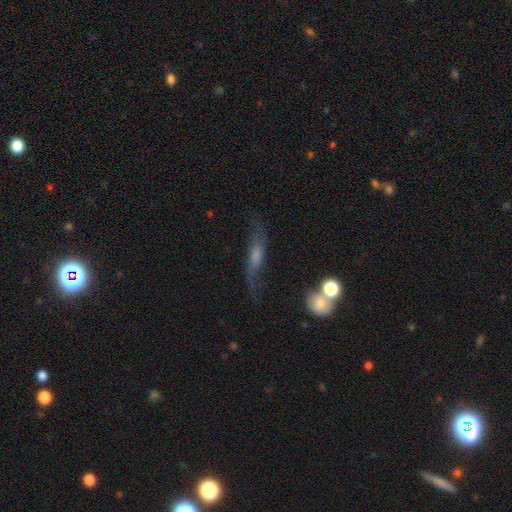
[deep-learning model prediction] Smooth or featured: featured or disk — 63% (smooth — 26%)
Edge-on disk: no — 62% (yes — 38%)
Merging: none — 61% (minor disturbance — 21%)